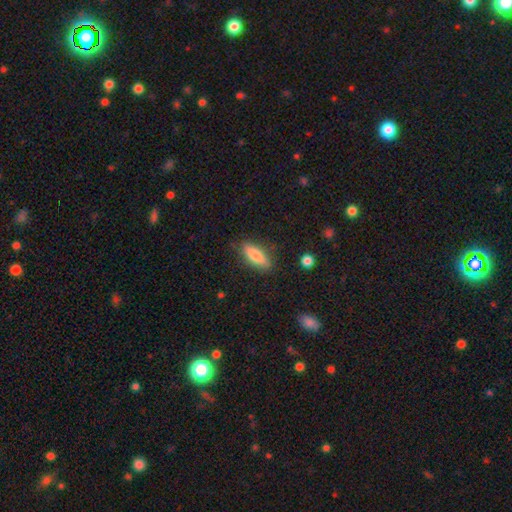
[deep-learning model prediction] This is likely a smooth galaxy (75%). How rounded: possibly in between (56%). Merging: clearly none (84%).